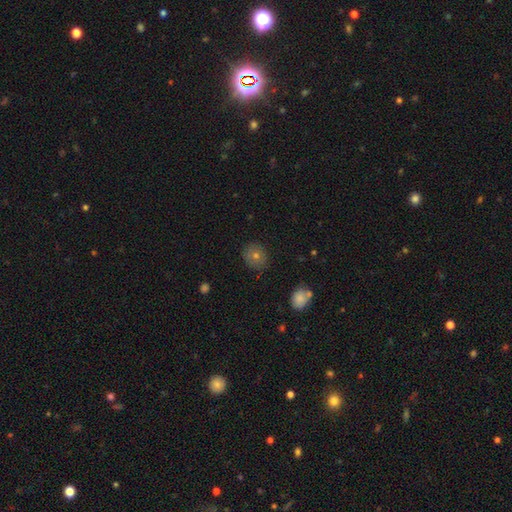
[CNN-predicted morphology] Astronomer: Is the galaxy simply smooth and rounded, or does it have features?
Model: smooth — 66%.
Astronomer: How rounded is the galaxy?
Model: round — 81%.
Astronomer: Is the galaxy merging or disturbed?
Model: none — 85%.